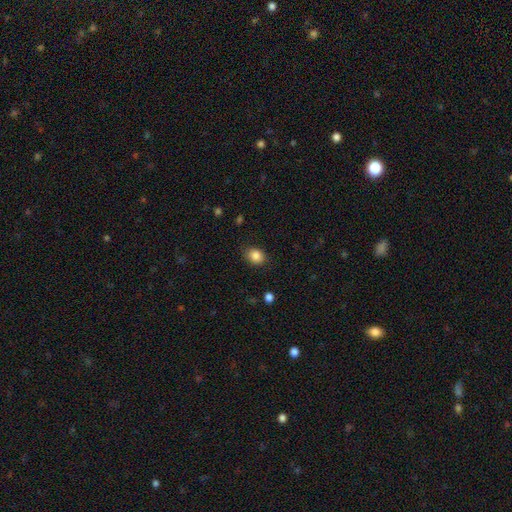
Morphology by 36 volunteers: type=smooth (89%); roundness=round (78%); merging=none (94%).